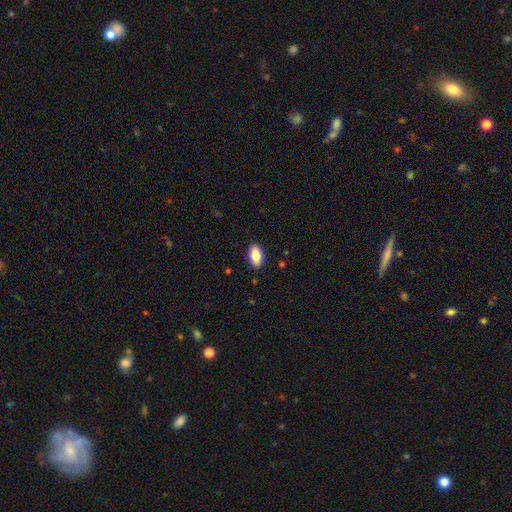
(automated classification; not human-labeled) Morphology: type=smooth (84%); roundness=in between (93%); merging=none (90%).